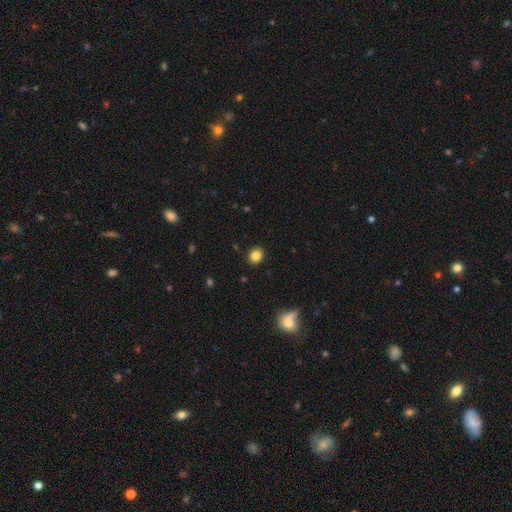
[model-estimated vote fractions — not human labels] smooth-or-featured: smooth: 85% | star or artifact: 10% | featured or disk: 5%
  how-rounded: round: 68% | in between: 31% | cigar-shaped: 1%
  merging: none: 90% | minor disturbance: 7% | major disturbance: 2% | merger: 1%